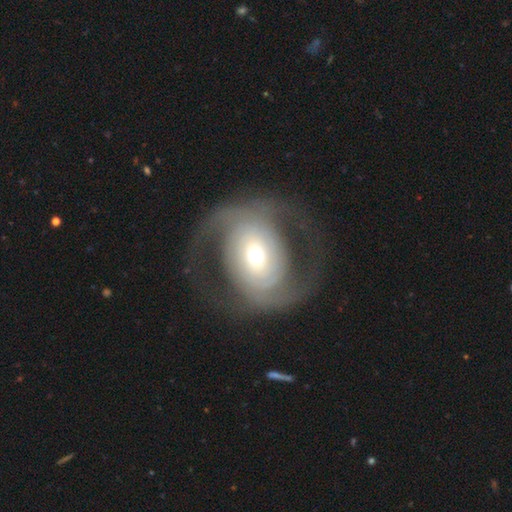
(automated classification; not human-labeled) smooth-or-featured: featured or disk: 83% | smooth: 12% | star or artifact: 6%
  disk-edge-on: no: 97% | yes: 3%
    bar: no: 56% | weak: 27% | strong: 18%
    has-spiral-arms: yes: 90% | no: 10%
      spiral-winding: medium: 46% | tight: 28% | loose: 26%
      spiral-arm-count: 2: 86% | can't tell: 6% | 1: 3% | 3: 2% | 4: 1% | more than 4: 1%
    bulge-size: moderate: 52% | small: 38% | large: 7% | dominant: 2% | none: 1%
  merging: none: 66% | major disturbance: 20% | minor disturbance: 13% | merger: 2%